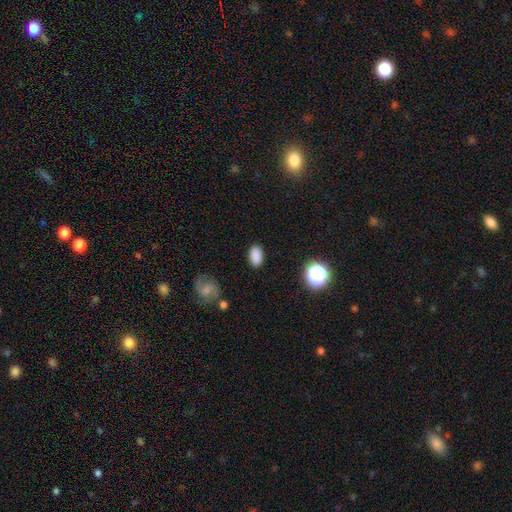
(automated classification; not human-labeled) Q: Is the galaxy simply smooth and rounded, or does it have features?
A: smooth — 85%.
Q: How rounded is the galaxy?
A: in between — 90%.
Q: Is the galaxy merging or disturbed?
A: none — 86%.